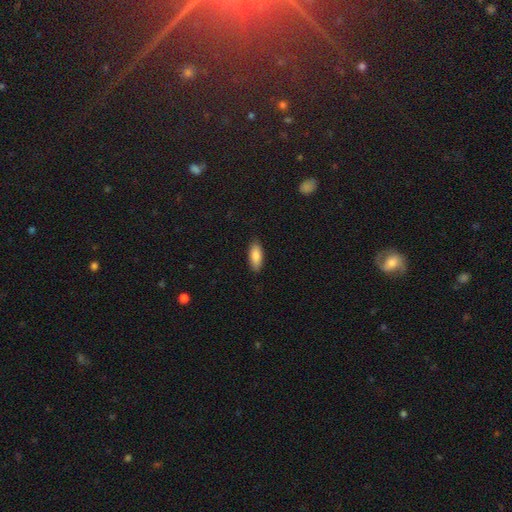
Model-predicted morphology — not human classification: type=smooth (86%); roundness=in between (77%); merging=none (87%).